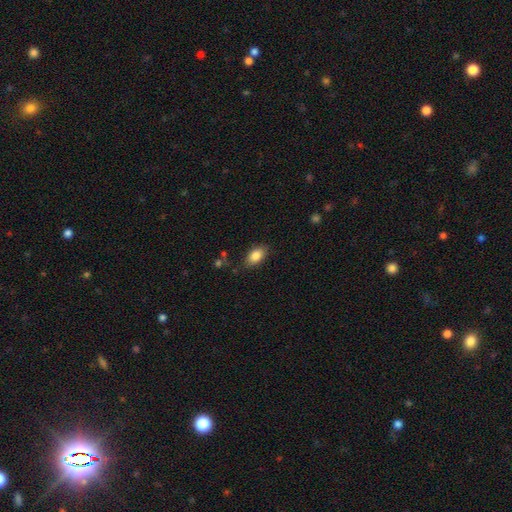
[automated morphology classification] Overall: smooth (85%). How rounded: in between (90%). Merging: none (82%).